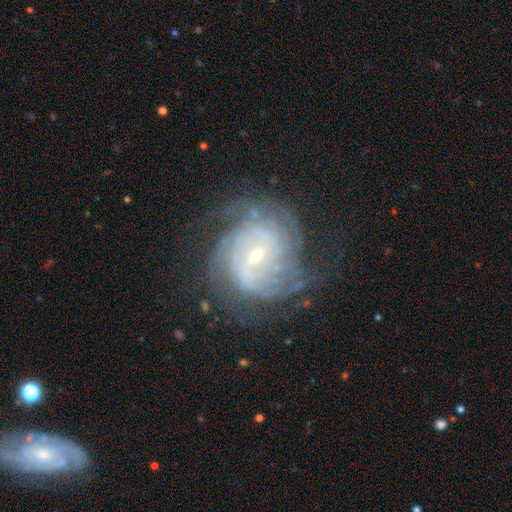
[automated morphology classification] Smooth or featured: featured or disk — 84% (smooth — 9%)
Edge-on disk: no — 97% (yes — 3%)
Bar: weak — 56% (no — 26%)
Spiral arms: yes — 94% (no — 6%)
Spiral winding: tight — 59% (medium — 31%)
Spiral arm count: can't tell — 40% (2 — 19%)
Bulge size: small — 69% (moderate — 26%)
Merging: none — 68% (minor disturbance — 18%)